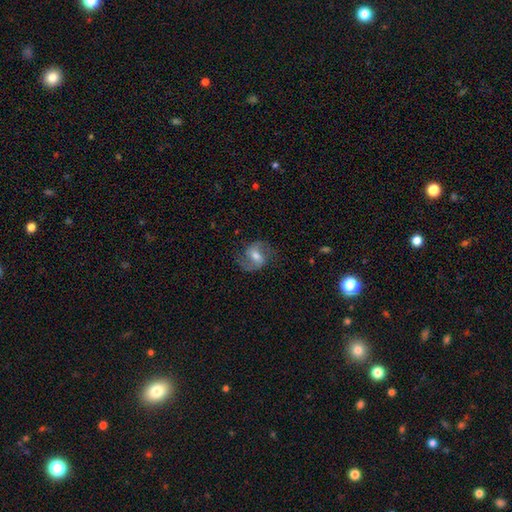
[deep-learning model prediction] Q: Smooth or featured?
A: featured or disk (71%); runner-up: smooth (22%)
Q: Edge-on disk?
A: no (97%); runner-up: yes (3%)
Q: Bar?
A: weak (50%); runner-up: no (27%)
Q: Spiral arms?
A: yes (91%); runner-up: no (9%)
Q: Spiral winding?
A: medium (47%); runner-up: loose (41%)
Q: Spiral arm count?
A: 2 (90%); runner-up: can't tell (4%)
Q: Bulge size?
A: moderate (63%); runner-up: small (24%)
Q: Merging?
A: none (73%); runner-up: minor disturbance (17%)